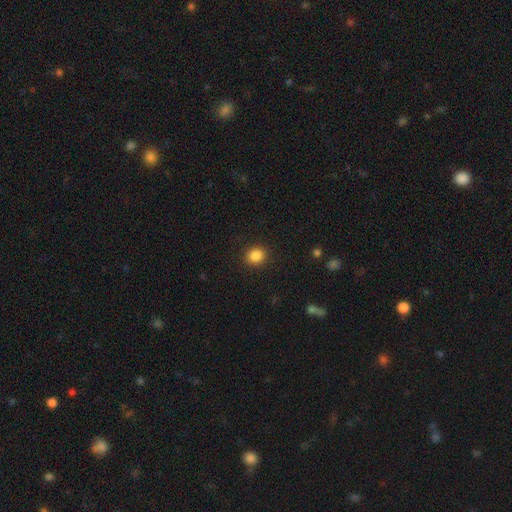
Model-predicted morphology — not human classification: The model was most divided on "how rounded": round: 70%, in between: 29%, cigar-shaped: 1%. More confident: merging — none (90%); smooth or featured — smooth (86%).